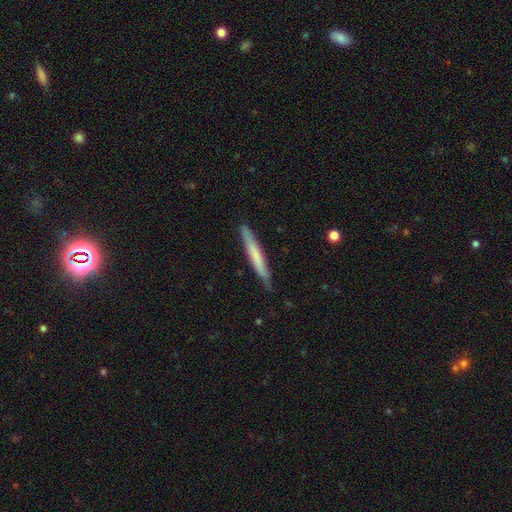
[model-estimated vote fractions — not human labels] Smooth or featured?
  - smooth: 63% *
  - featured or disk: 32%
  - star or artifact: 6%
How rounded?
  - cigar-shaped: 96% *
  - in between: 3%
  - round: 1%
Merging?
  - none: 84% *
  - minor disturbance: 13%
  - major disturbance: 2%
  - merger: 1%